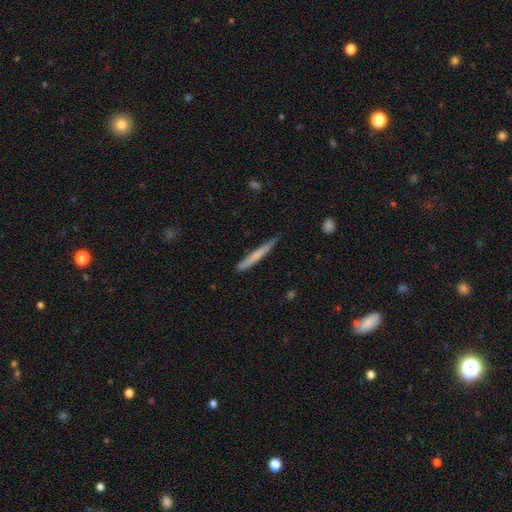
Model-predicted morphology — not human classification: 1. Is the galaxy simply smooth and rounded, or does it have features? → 60% smooth, 34% featured or disk, 6% star or artifact.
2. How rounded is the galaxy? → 96% cigar-shaped, 2% in between, 1% round.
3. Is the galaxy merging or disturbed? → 81% none, 16% minor disturbance, 2% major disturbance, 2% merger.